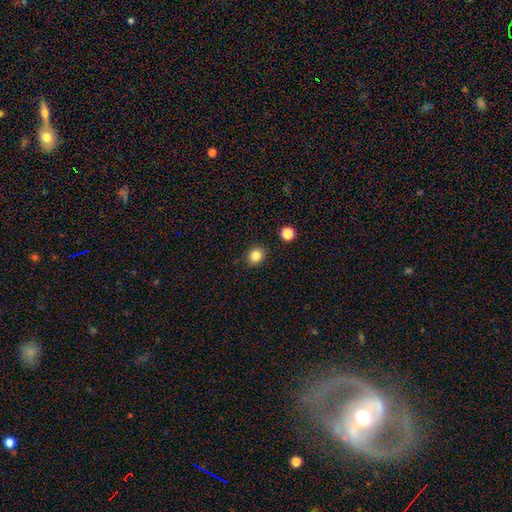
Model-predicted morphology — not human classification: type=smooth (84%); roundness=round (77%); merging=none (89%).